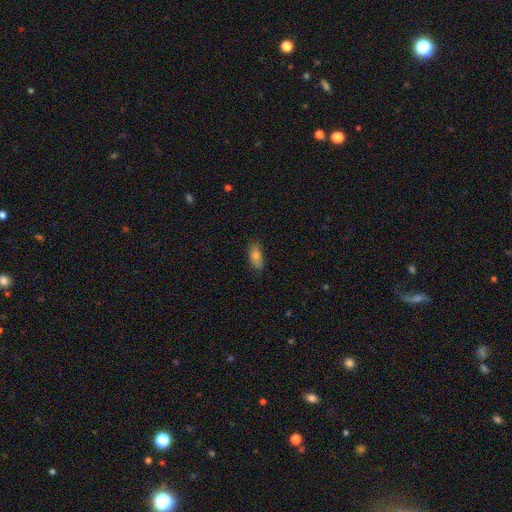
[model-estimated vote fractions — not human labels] Morphology: type=smooth (77%); roundness=in between (85%); merging=none (78%).